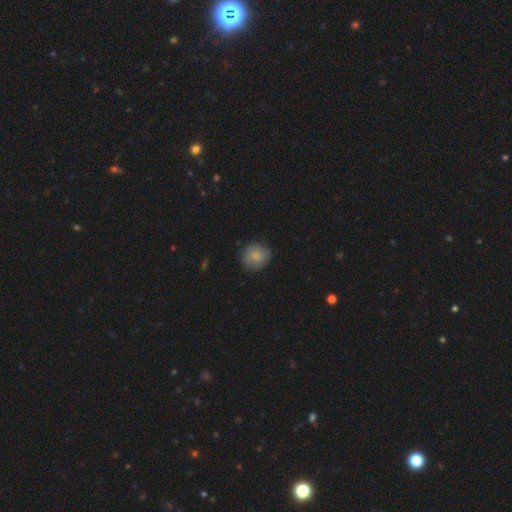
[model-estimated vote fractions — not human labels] Smooth or featured? smooth (82%)
How rounded? round (84%)
Merging? none (79%)